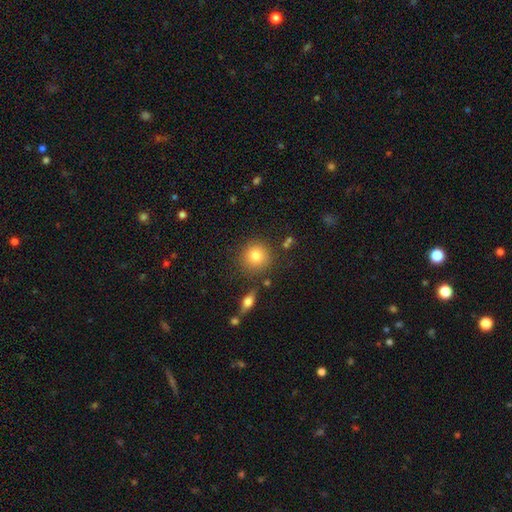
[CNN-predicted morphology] This appears to be a smooth galaxy with no disk features (80%) that is round (92%). Merging: none (83%).